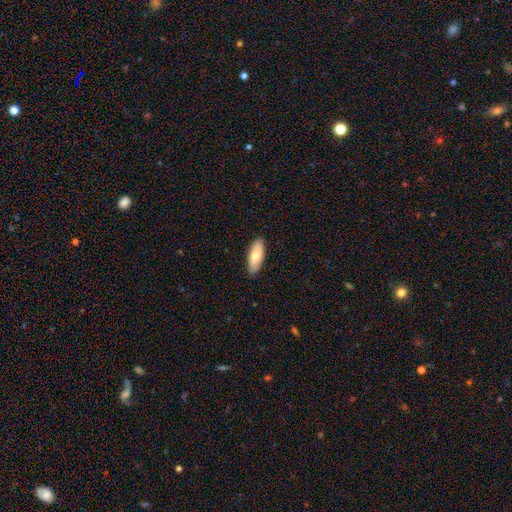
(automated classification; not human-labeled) smooth 73%, featured or disk 21%, star or artifact 5%. Down the decision tree: how rounded — in between (79%); merging — none (89%).